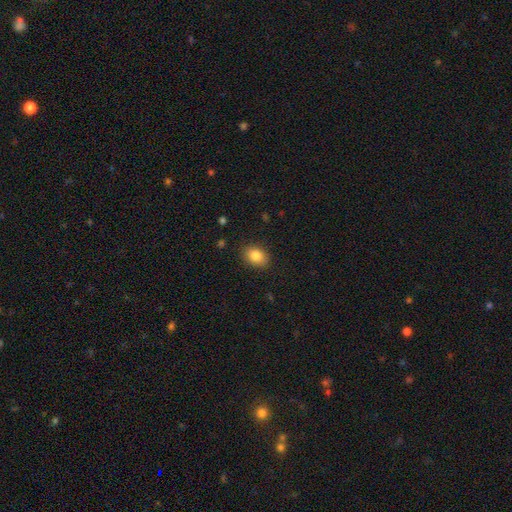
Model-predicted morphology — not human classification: Q: Smooth or featured?
A: smooth (85%); runner-up: star or artifact (8%)
Q: How rounded?
A: in between (74%); runner-up: round (25%)
Q: Merging?
A: none (86%); runner-up: minor disturbance (10%)